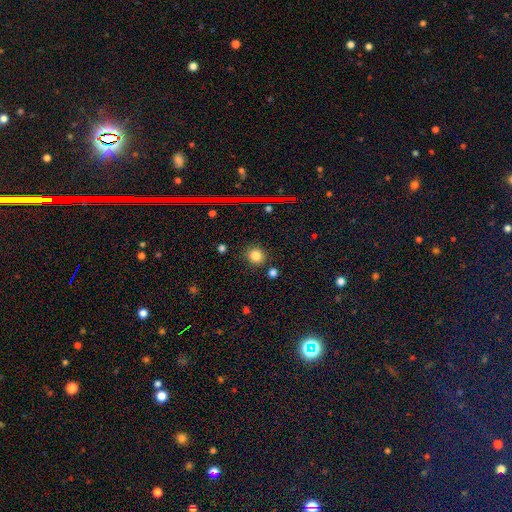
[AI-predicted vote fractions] The model was most divided on "smooth or featured": smooth: 80%, star or artifact: 14%, featured or disk: 6%. More confident: how rounded — round (83%); merging — none (83%).